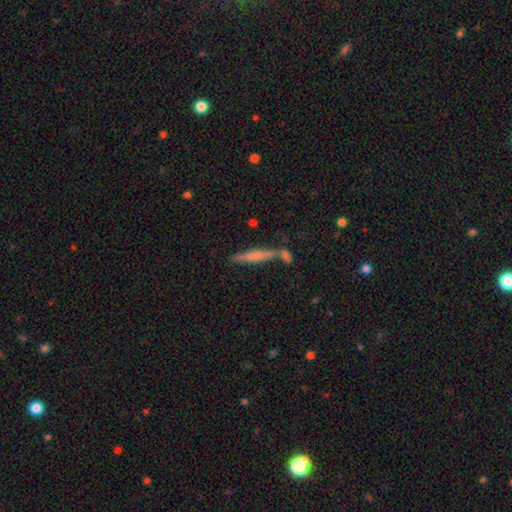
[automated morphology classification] A smooth galaxy with no disk features (54%) that is cigar-shaped (93%).

Vote fractions:
- Smooth or featured? smooth: 54% / featured or disk: 38% / star or artifact: 8%
- How rounded? cigar-shaped: 93% / in between: 6% / round: 2%
- Merging? none: 66% / merger: 18% / minor disturbance: 12% / major disturbance: 4%